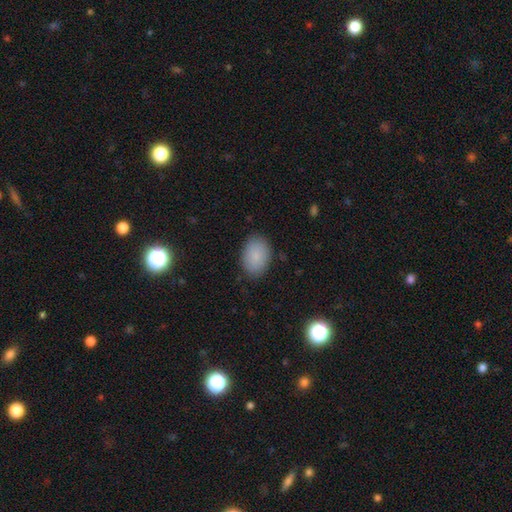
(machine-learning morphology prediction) Smooth or featured?
  - smooth: 86% *
  - star or artifact: 8%
  - featured or disk: 6%
How rounded?
  - in between: 83% *
  - round: 16%
  - cigar-shaped: 1%
Merging?
  - none: 85% *
  - minor disturbance: 11%
  - major disturbance: 3%
  - merger: 1%